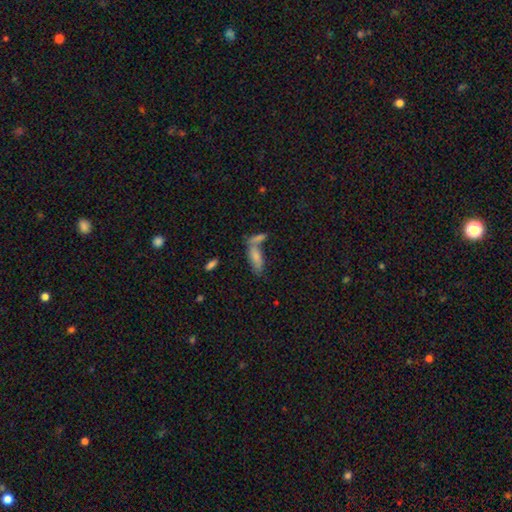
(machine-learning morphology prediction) Overall: smooth (71%). How rounded: in between (67%; cigar-shaped 31%). Merging: none (41%; merger 38%).